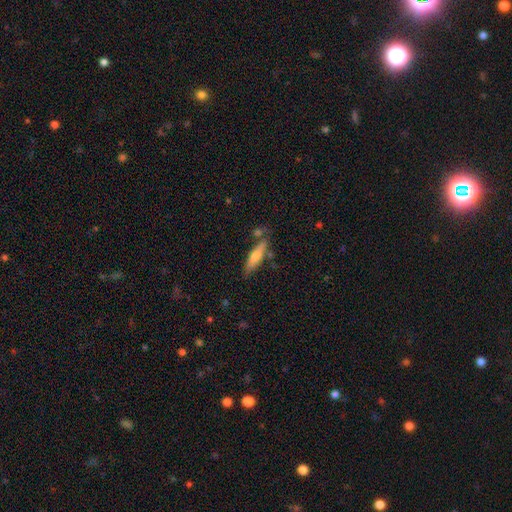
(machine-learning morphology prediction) A smooth galaxy with no disk features (55%) that is cigar-shaped (81%). Merging: none (74%).